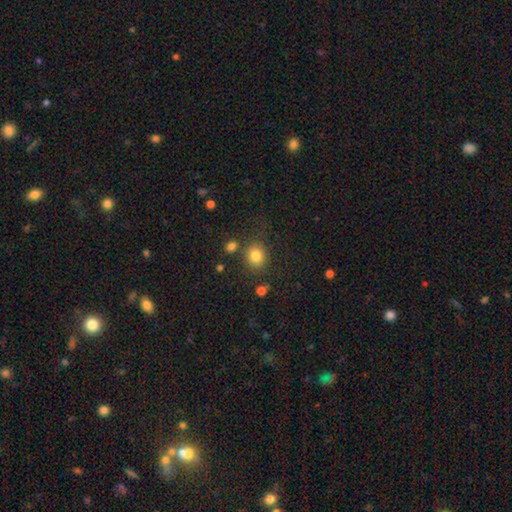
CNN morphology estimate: A smooth galaxy with no disk features (81%) that is round (80%).

Vote fractions:
- Smooth or featured? smooth: 81% / star or artifact: 12% / featured or disk: 6%
- How rounded? round: 80% / in between: 19% / cigar-shaped: 1%
- Merging? none: 78% / minor disturbance: 11% / merger: 7% / major disturbance: 4%